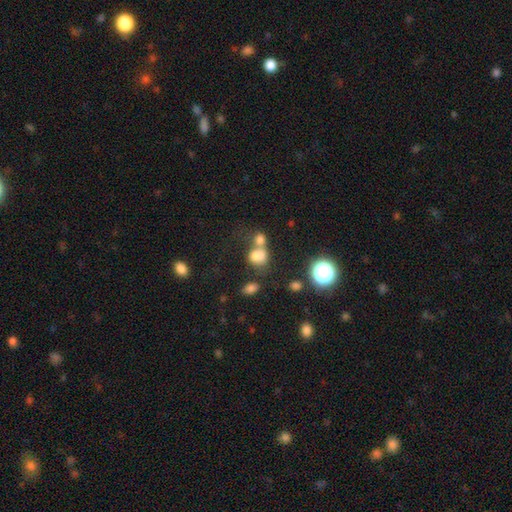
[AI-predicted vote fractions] Overall: smooth (72%). How rounded: round (53%; in between 46%). Merging: merger (54%; none 29%).